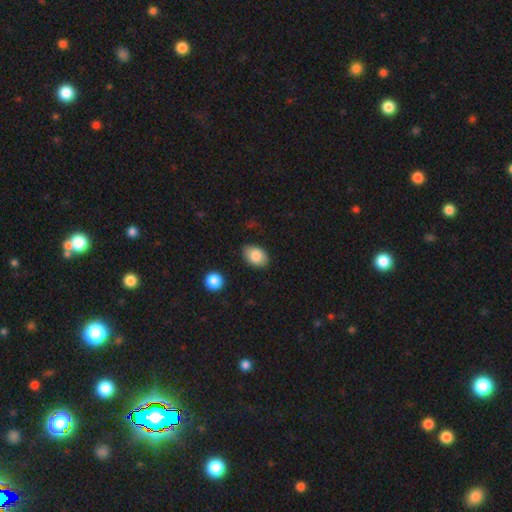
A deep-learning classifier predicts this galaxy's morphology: The model was most divided on "how rounded": in between: 82%, round: 17%, cigar-shaped: 1%. More confident: smooth or featured — smooth (84%); merging — none (82%).